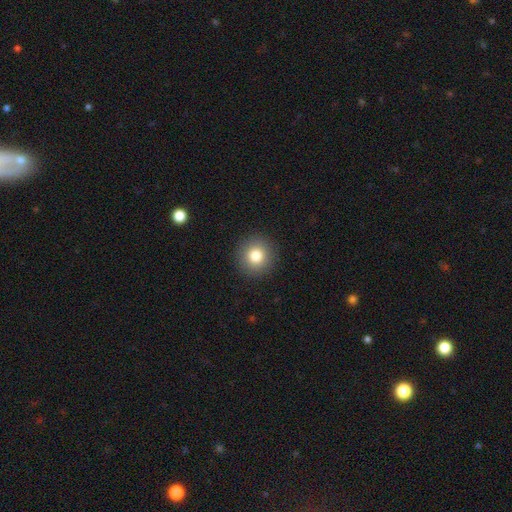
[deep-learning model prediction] Smooth or featured?
  - smooth: 80% *
  - star or artifact: 11%
  - featured or disk: 9%
How rounded?
  - round: 94% *
  - in between: 5%
  - cigar-shaped: 1%
Merging?
  - none: 92% *
  - minor disturbance: 5%
  - major disturbance: 2%
  - merger: 1%